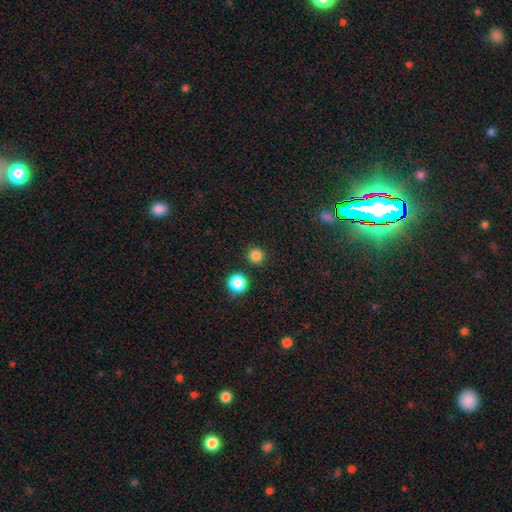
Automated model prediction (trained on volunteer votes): This appears to be a smooth galaxy with no disk features (82%) that is round (95%). Merging: none (89%).